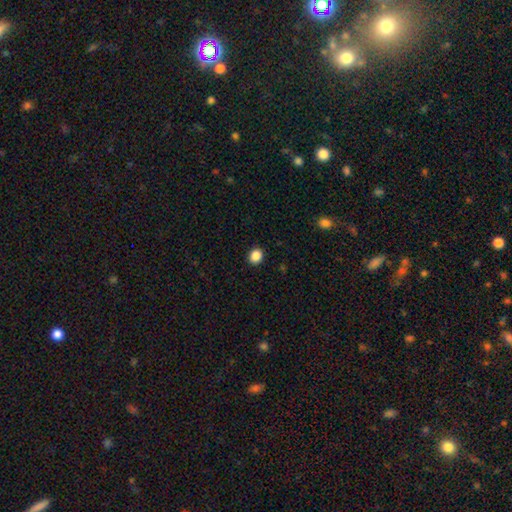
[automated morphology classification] smooth 88%, star or artifact 10%, featured or disk 3%. Down the decision tree: how rounded — round (74%); merging — none (92%).